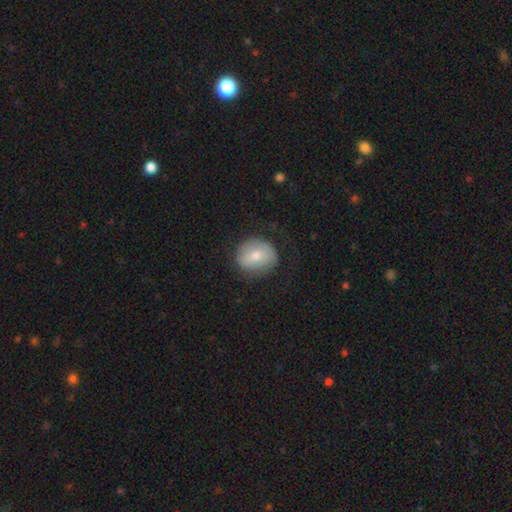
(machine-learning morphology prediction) A smooth galaxy with no disk features (66%) that is round (74%).

Vote fractions:
- Smooth or featured? smooth: 66% / featured or disk: 27% / star or artifact: 7%
- How rounded? round: 74% / in between: 25% / cigar-shaped: 1%
- Merging? none: 73% / minor disturbance: 19% / major disturbance: 6% / merger: 1%